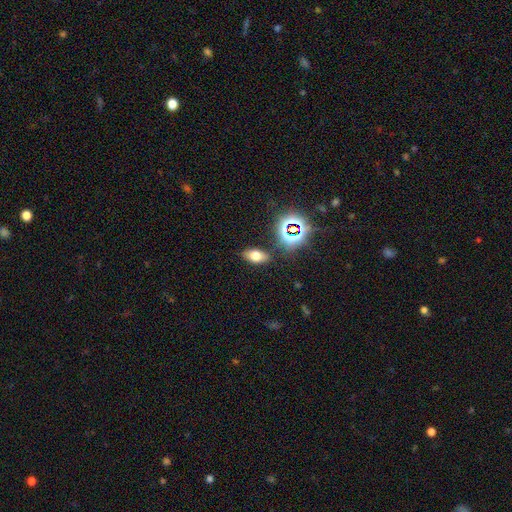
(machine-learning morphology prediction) Q: Smooth or featured?
A: smooth (65%); runner-up: star or artifact (22%)
Q: How rounded?
A: in between (86%); runner-up: round (9%)
Q: Merging?
A: none (83%); runner-up: minor disturbance (11%)